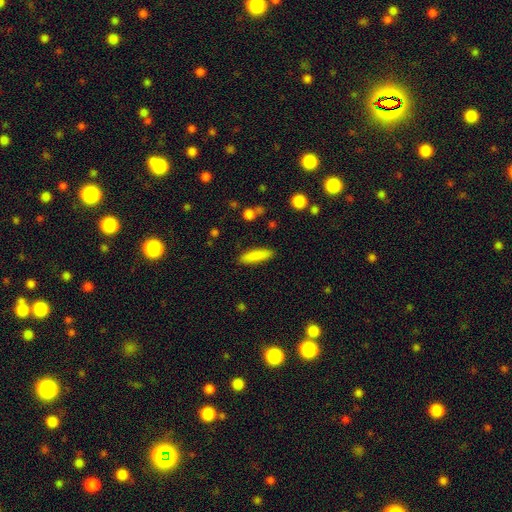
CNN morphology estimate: The model was most divided on "how rounded": cigar-shaped: 71%, in between: 27%, round: 2%. More confident: merging — none (89%); smooth or featured — smooth (85%).